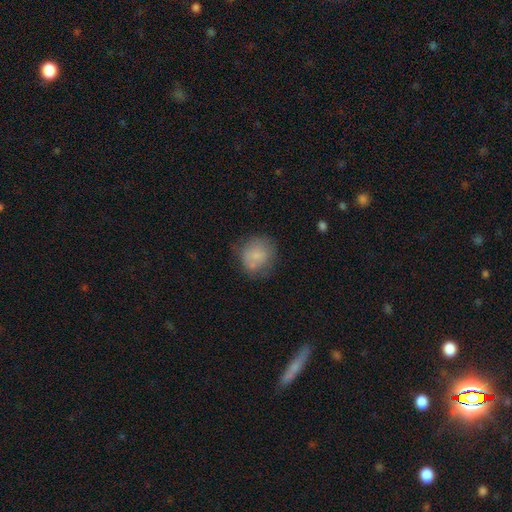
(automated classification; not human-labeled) Smooth or featured? Predicted: smooth (p=0.75). How rounded? Predicted: round (p=0.82). Merging? Predicted: none (p=0.59).